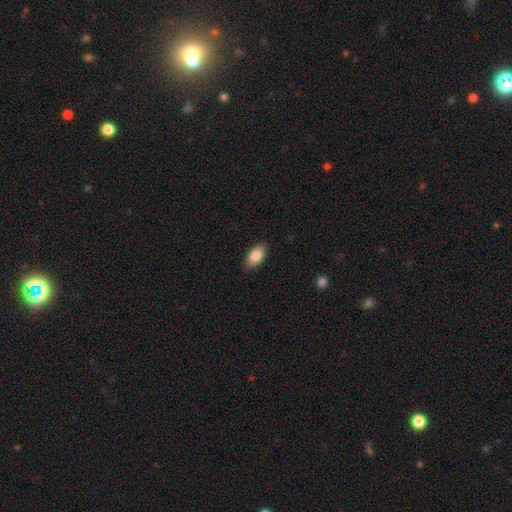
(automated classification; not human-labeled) This is clearly a smooth galaxy (85%). How rounded: clearly in between (93%). Merging: clearly none (87%).